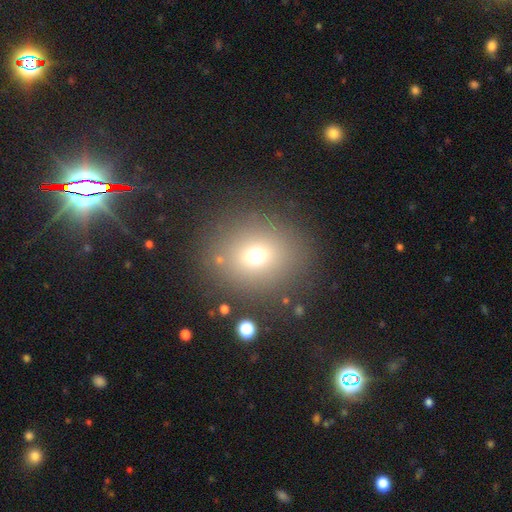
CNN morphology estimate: Smooth or featured?
  - smooth: 68% *
  - star or artifact: 19%
  - featured or disk: 13%
How rounded?
  - round: 78% *
  - in between: 21%
  - cigar-shaped: 1%
Merging?
  - none: 84% *
  - minor disturbance: 9%
  - major disturbance: 5%
  - merger: 3%